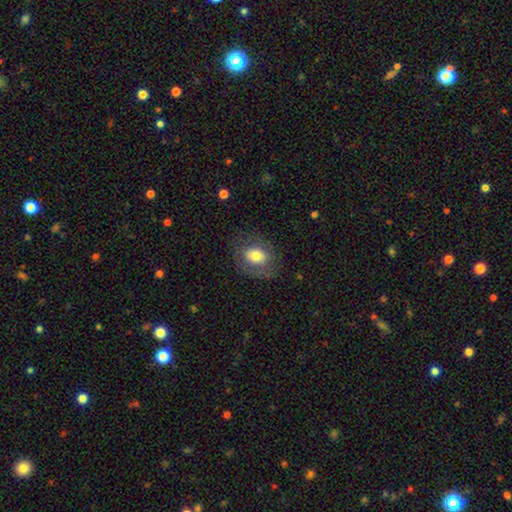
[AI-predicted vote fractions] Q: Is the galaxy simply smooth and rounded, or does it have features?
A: smooth — 68%.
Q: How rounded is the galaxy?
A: in between — 53%.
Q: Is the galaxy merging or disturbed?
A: none — 77%.